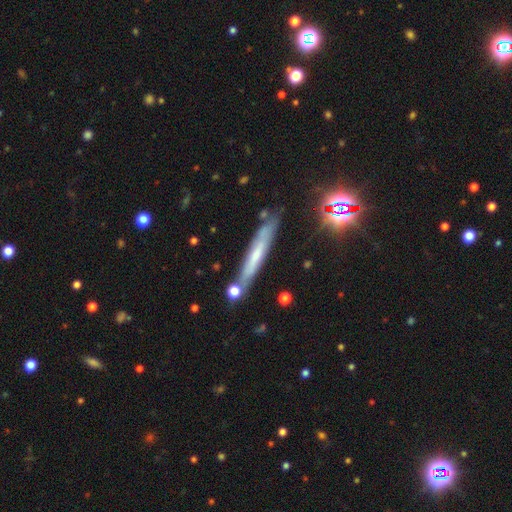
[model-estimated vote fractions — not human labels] Smooth or featured: featured or disk — 46% (smooth — 43%)
Merging: none — 76% (minor disturbance — 14%)